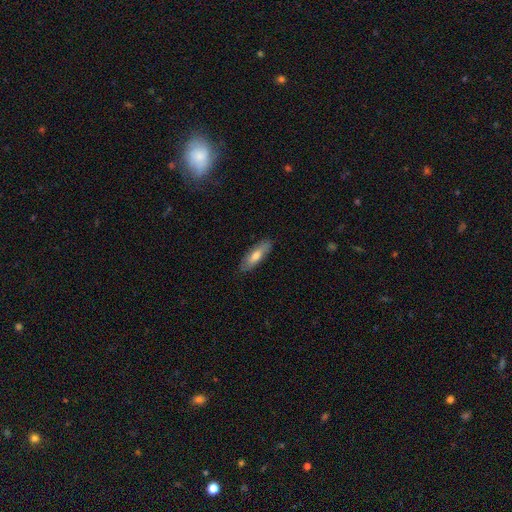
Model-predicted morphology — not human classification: A smooth galaxy with no disk features (64%) that is cigar-shaped (49%, tied with in between). Merging: none (85%).